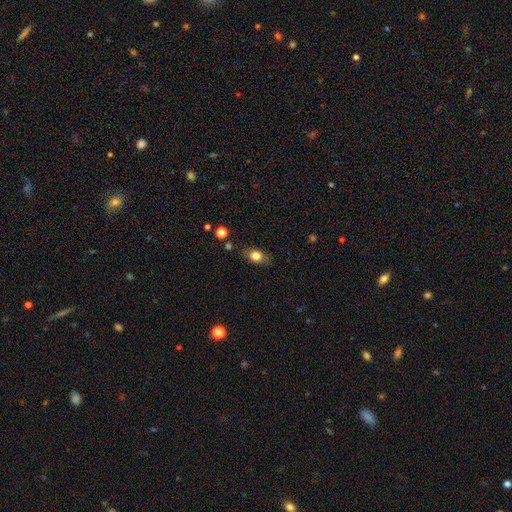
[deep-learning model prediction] Q: Smooth or featured?
A: smooth (78%); runner-up: featured or disk (13%)
Q: How rounded?
A: in between (78%); runner-up: round (18%)
Q: Merging?
A: none (81%); runner-up: minor disturbance (14%)